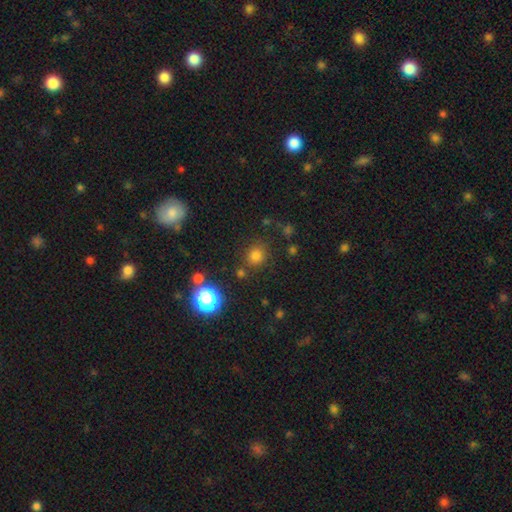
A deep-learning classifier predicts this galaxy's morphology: This appears to be a smooth galaxy with no disk features (74%) that is round (82%). Merging: none (80%).